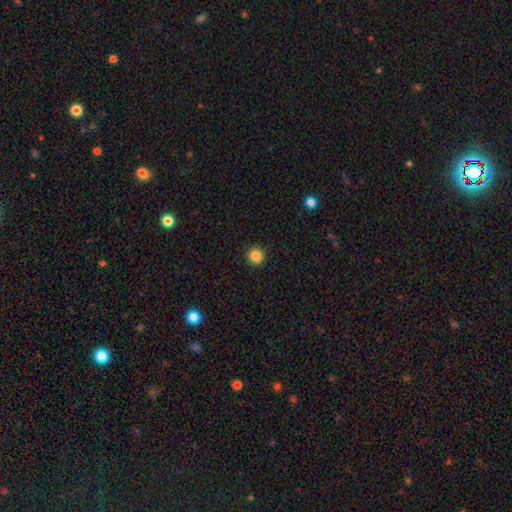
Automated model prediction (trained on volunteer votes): This is clearly a smooth galaxy (85%). How rounded: clearly round (94%). Merging: clearly none (91%).